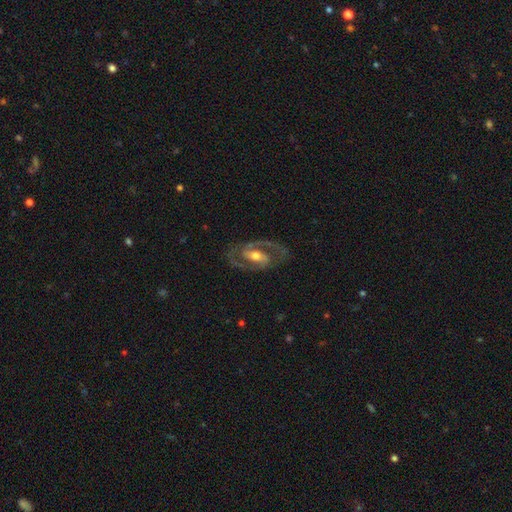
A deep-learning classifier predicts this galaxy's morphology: The model was most divided on "bar": weak: 39%, strong: 32%, no: 29%. More confident: edge-on disk — no (96%); spiral arms — yes (92%); spiral arm count — 2 (90%); smooth or featured — featured or disk (87%); merging — none (77%); bulge size — moderate (69%); spiral winding — medium (56%).